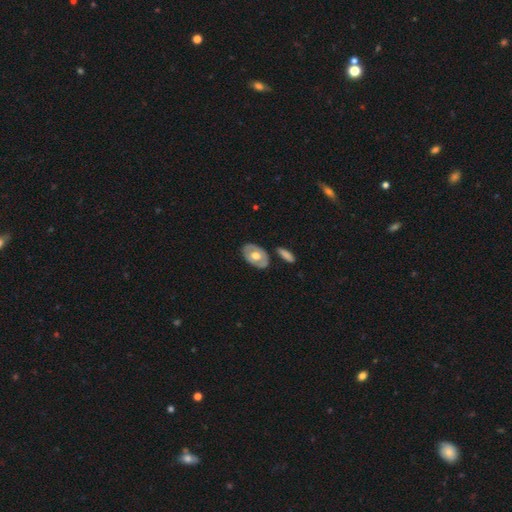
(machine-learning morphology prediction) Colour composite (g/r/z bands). It shows a smooth galaxy with no disk features (49%). Merging: none (78%).